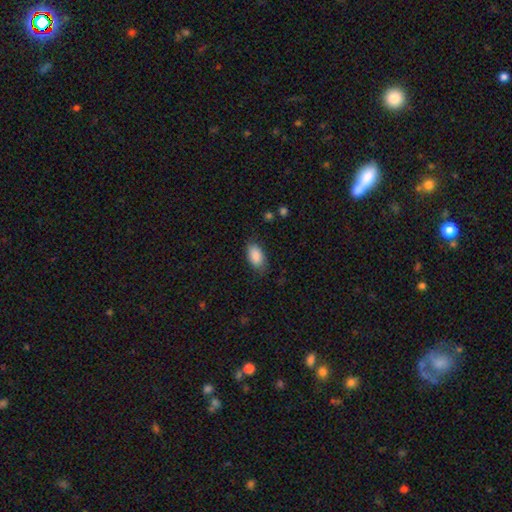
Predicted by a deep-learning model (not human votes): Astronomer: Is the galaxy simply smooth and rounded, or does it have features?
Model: smooth — 88%.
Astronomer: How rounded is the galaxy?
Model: in between — 93%.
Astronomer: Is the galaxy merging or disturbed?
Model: none — 75%.